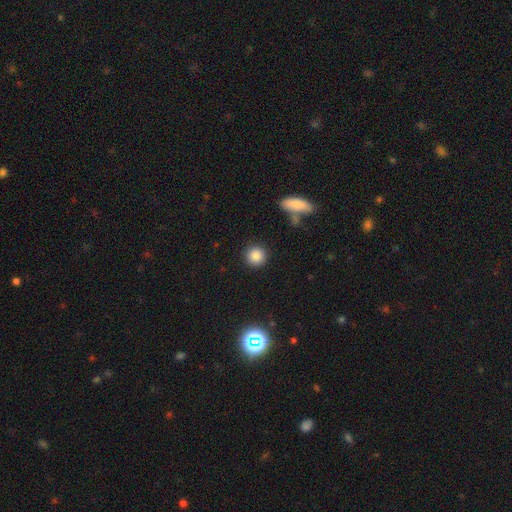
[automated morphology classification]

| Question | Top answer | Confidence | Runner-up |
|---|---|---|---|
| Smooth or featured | smooth | 86% | star or artifact (9%) |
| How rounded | round | 93% | in between (6%) |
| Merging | none | 90% | minor disturbance (6%) |